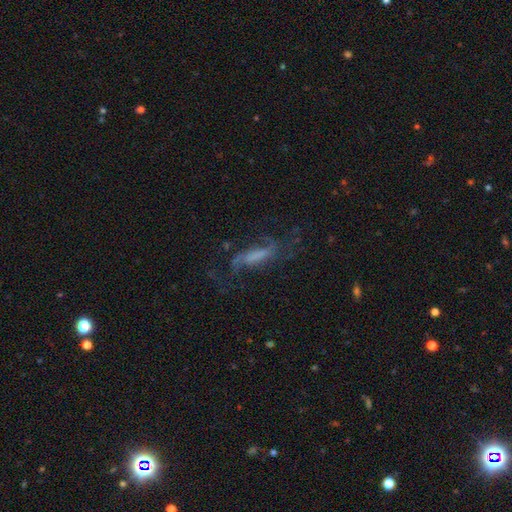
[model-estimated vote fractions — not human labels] Smooth or featured? Predicted: featured or disk (p=0.69). Edge-on disk? Predicted: no (p=0.83). Bar? Predicted: weak (p=0.36). Spiral arms? Predicted: yes (p=0.88). Spiral winding? Predicted: loose (p=0.53). Spiral arm count? Predicted: 2 (p=0.65). Bulge size? Predicted: none (p=0.45). Merging? Predicted: none (p=0.53).